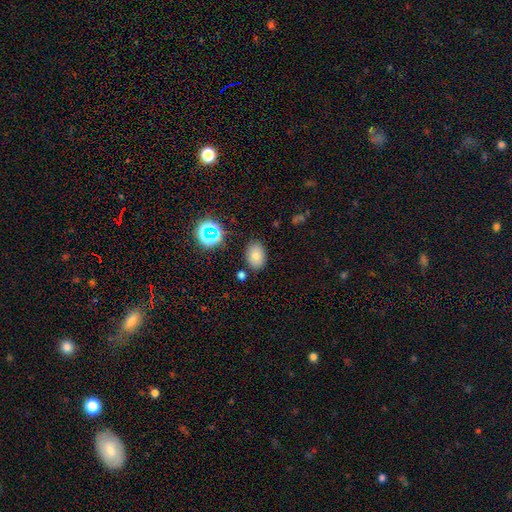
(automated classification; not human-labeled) This is likely a smooth galaxy (71%). How rounded: likely in between (78%). Merging: clearly none (83%).